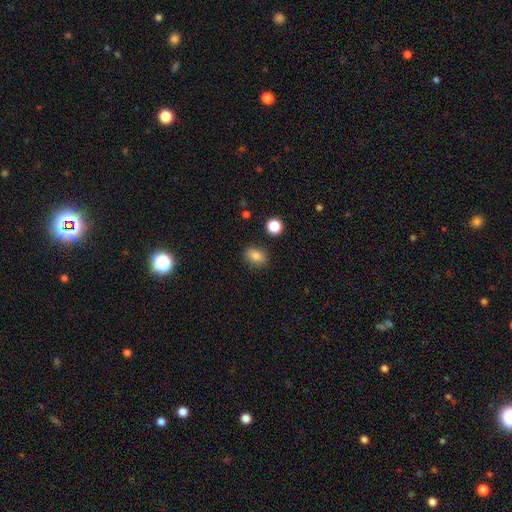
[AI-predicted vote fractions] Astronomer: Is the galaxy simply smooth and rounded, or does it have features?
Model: smooth — 83%.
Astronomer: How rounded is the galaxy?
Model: in between — 73%.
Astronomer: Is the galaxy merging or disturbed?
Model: none — 84%.